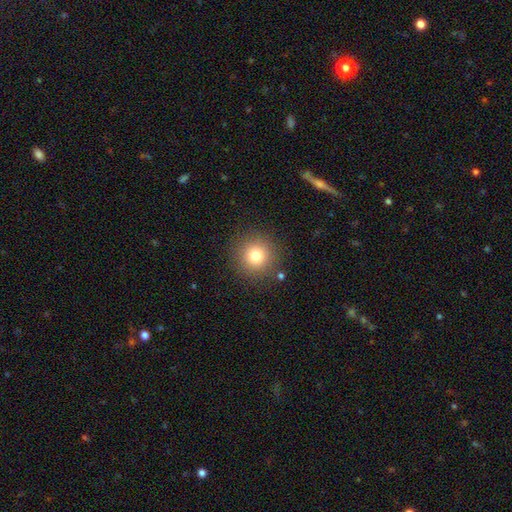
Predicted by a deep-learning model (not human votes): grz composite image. It shows a smooth galaxy with no disk features (79%) that is round (95%). Merging: none (88%).